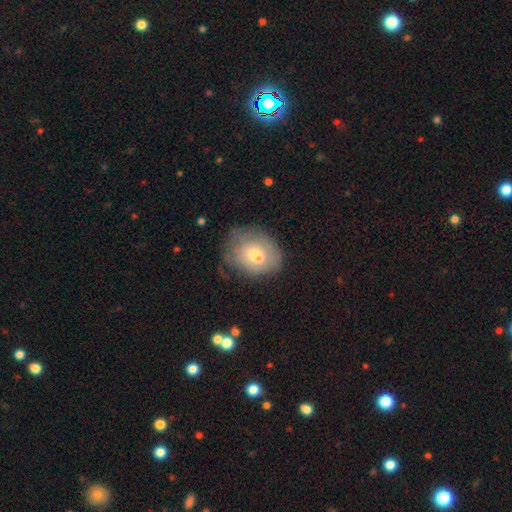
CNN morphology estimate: smooth-or-featured: smooth: 63% | featured or disk: 29% | star or artifact: 9%
  how-rounded: round: 51% | in between: 48% | cigar-shaped: 1%
  merging: none: 46% | minor disturbance: 24% | merger: 19% | major disturbance: 11%